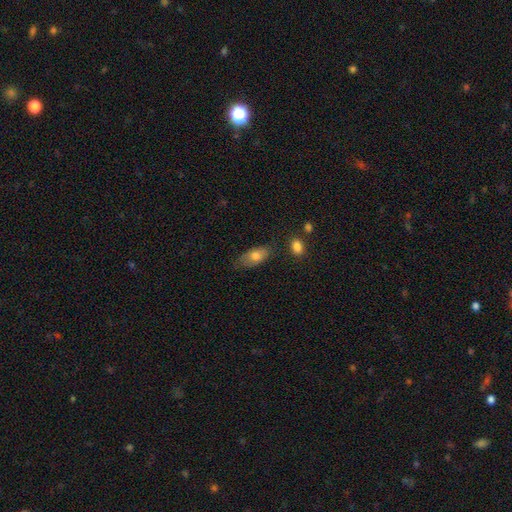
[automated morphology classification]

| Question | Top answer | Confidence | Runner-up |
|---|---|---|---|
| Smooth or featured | smooth | 74% | featured or disk (19%) |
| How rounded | in between | 87% | cigar-shaped (8%) |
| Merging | none | 68% | minor disturbance (23%) |